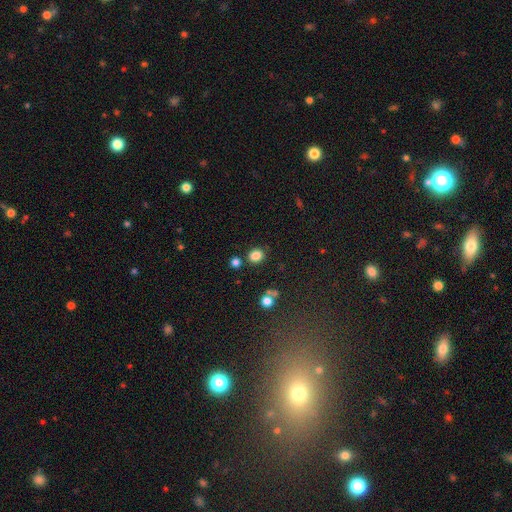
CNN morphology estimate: Overall: smooth (83%). How rounded: round (67%; in between 32%). Merging: none (81%).